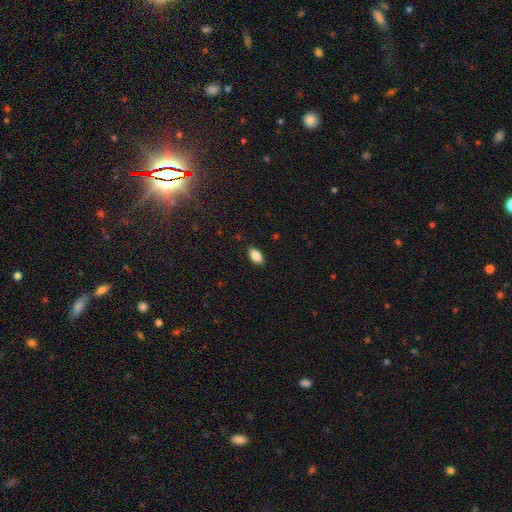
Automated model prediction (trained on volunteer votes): Q: Smooth or featured?
A: smooth (85%); runner-up: star or artifact (8%)
Q: How rounded?
A: in between (92%); runner-up: round (5%)
Q: Merging?
A: none (87%); runner-up: minor disturbance (10%)